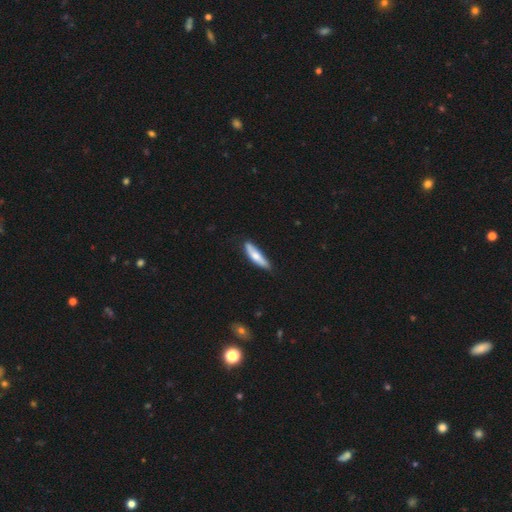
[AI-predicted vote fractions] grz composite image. It shows a smooth galaxy with no disk features (67%) that is cigar-shaped (73%). Merging: none (76%).